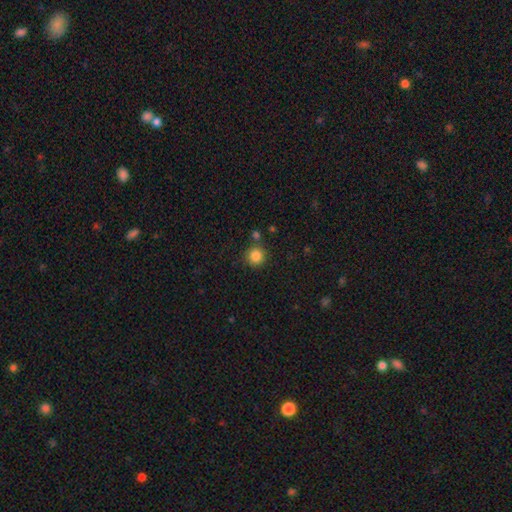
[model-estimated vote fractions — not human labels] This is clearly a smooth galaxy (85%). How rounded: clearly round (94%). Merging: clearly none (82%).